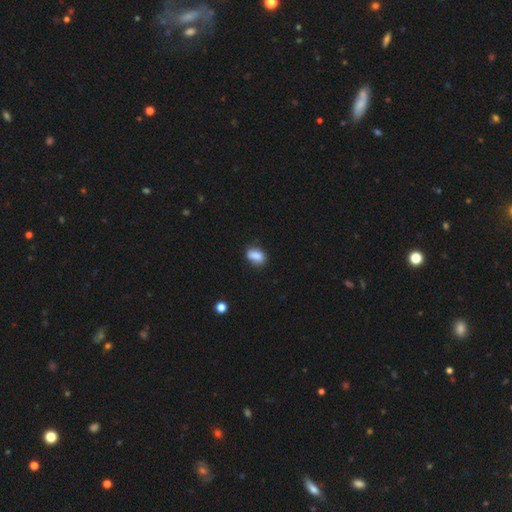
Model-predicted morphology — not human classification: This is clearly a smooth galaxy (84%). How rounded: clearly in between (83%). Merging: likely none (68%).